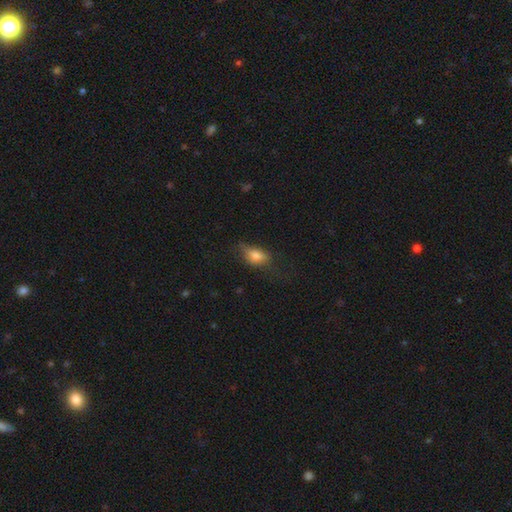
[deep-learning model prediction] A smooth galaxy with no disk features (72%) that is in between round and cigar-shaped (84%). Merging: none (48%).